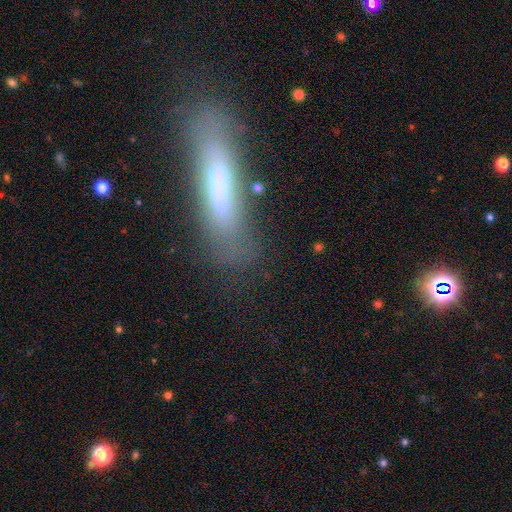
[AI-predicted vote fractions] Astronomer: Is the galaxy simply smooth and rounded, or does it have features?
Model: smooth — 45% (runner-up: featured or disk, 43%).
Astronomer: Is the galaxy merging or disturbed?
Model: none — 70%.